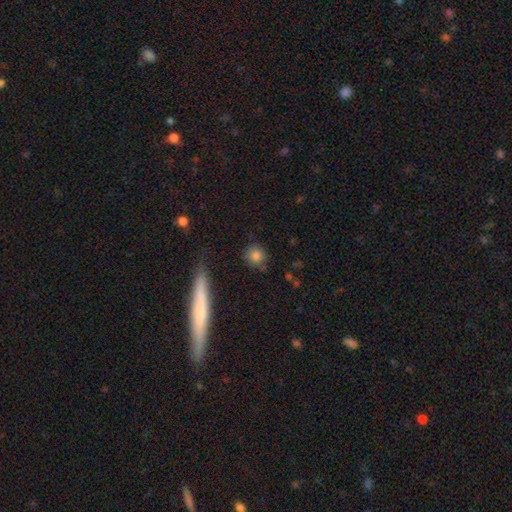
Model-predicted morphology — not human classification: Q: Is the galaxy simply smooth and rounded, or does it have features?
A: smooth — 82%.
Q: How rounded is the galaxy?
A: round — 84%.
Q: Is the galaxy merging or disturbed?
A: none — 79%.